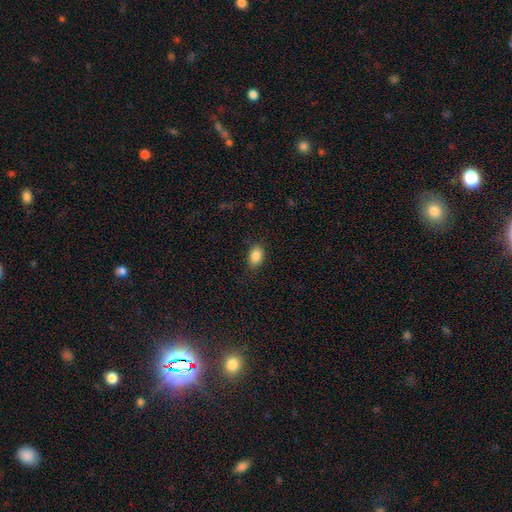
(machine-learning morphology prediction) Q: Smooth or featured?
A: smooth (87%); runner-up: star or artifact (8%)
Q: How rounded?
A: in between (83%); runner-up: round (15%)
Q: Merging?
A: none (83%); runner-up: minor disturbance (13%)